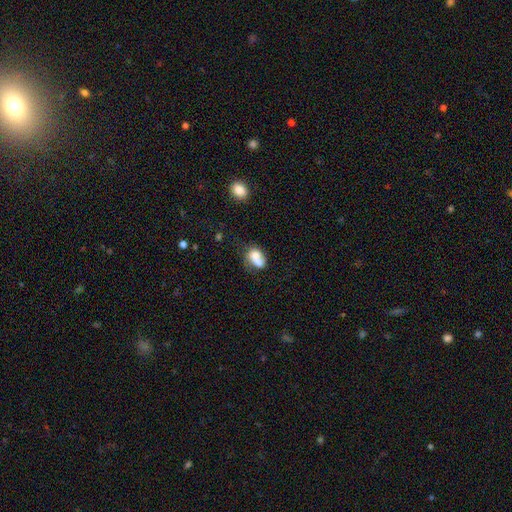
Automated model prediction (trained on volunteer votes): smooth-or-featured: smooth: 68% | featured or disk: 23% | star or artifact: 9%
  how-rounded: in between: 59% | round: 39% | cigar-shaped: 1%
  merging: merger: 63% | none: 20% | minor disturbance: 9% | major disturbance: 7%